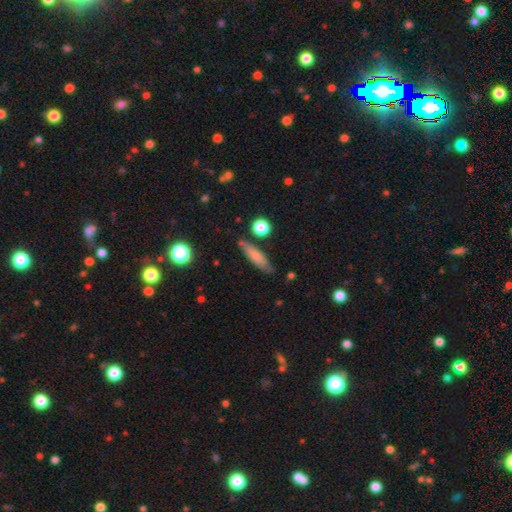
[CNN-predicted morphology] Smooth or featured: smooth — 73% (featured or disk — 19%)
How rounded: cigar-shaped — 74% (in between — 23%)
Merging: none — 77% (minor disturbance — 16%)